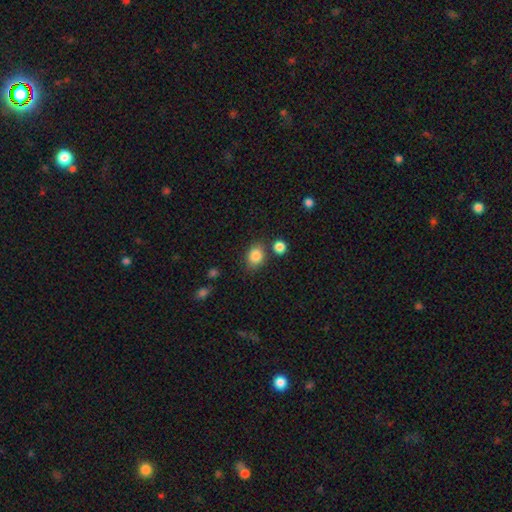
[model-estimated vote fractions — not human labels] Smooth or featured: smooth — 85% (star or artifact — 9%)
How rounded: in between — 56% (round — 43%)
Merging: none — 74% (minor disturbance — 13%)